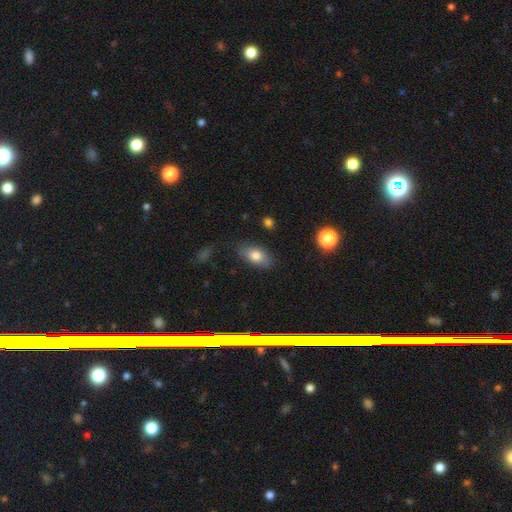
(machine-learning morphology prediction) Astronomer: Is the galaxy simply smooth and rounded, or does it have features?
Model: smooth — 78%.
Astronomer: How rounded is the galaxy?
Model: in between — 89%.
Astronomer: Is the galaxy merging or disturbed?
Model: none — 80%.